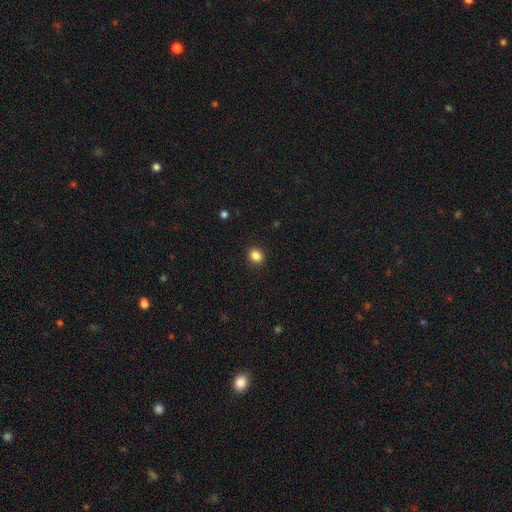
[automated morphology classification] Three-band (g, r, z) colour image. It shows a smooth galaxy with no disk features (86%) that is round (56%). Merging: none (90%).